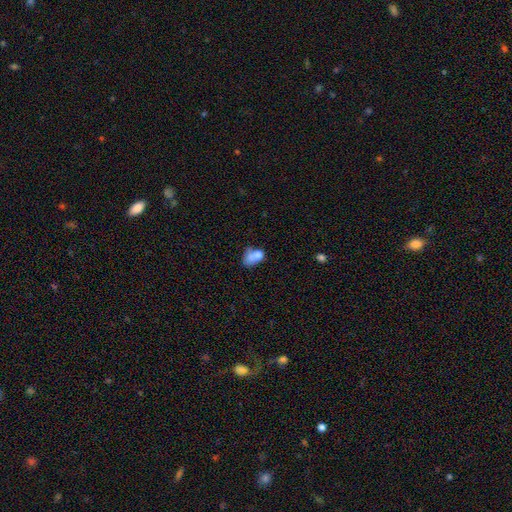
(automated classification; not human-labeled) Smooth or featured? Predicted: smooth (p=0.70). How rounded? Predicted: in between (p=0.79). Merging? Predicted: merger (p=0.36).